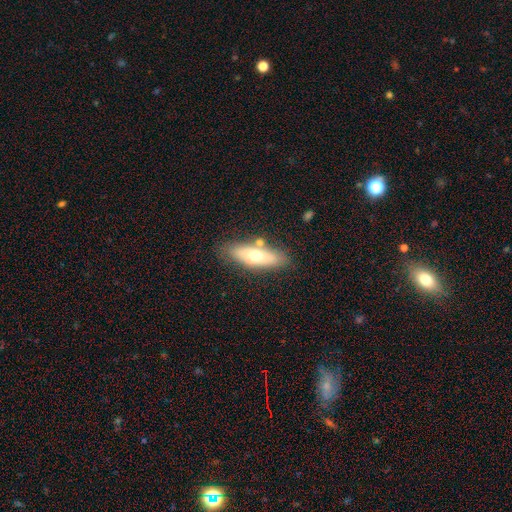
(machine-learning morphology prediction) type=smooth (56%); roundness=in between (59%); merging=none (76%).